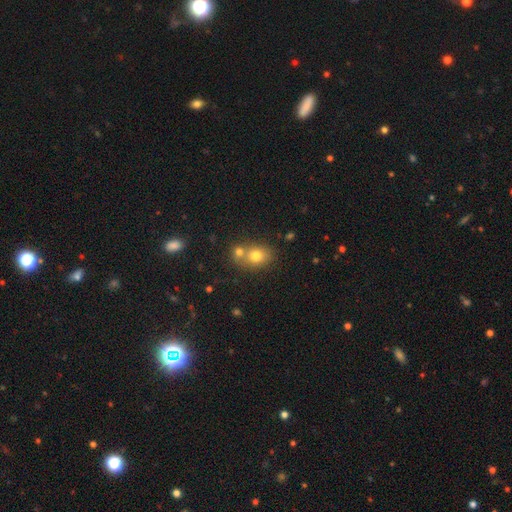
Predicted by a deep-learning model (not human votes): This is likely a smooth galaxy (75%). How rounded: possibly round (51%). Merging: possibly none (51%).